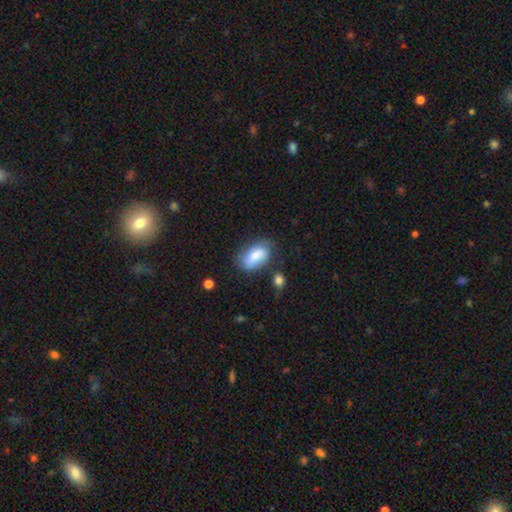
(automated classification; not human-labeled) A smooth galaxy with no disk features (79%) that is in between round and cigar-shaped (92%). Merging: none (59%).